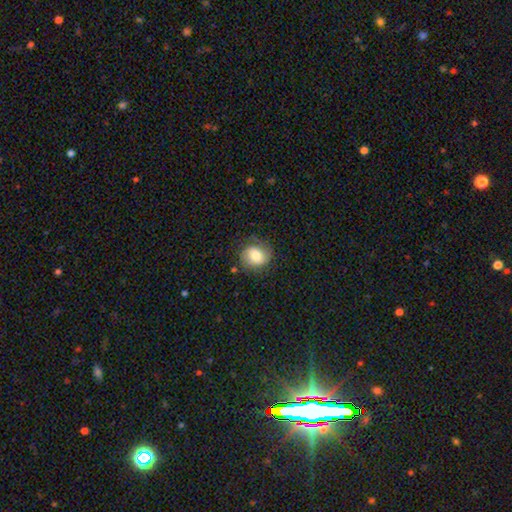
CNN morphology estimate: smooth_or_featured: smooth (p=0.69) [alt: featured or disk p=0.22]
how_rounded: round (p=0.66) [alt: in between p=0.33]
merging: none (p=0.69) [alt: minor disturbance p=0.21]